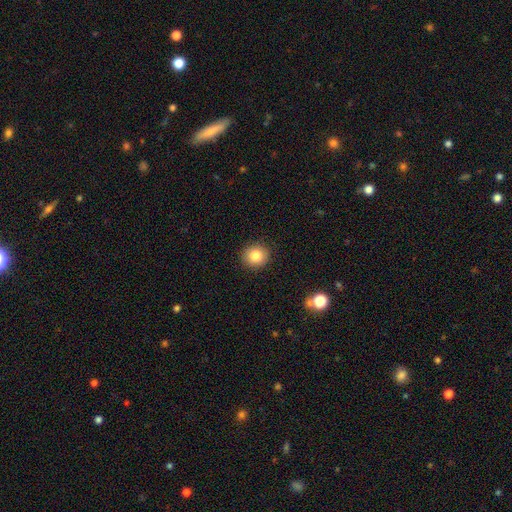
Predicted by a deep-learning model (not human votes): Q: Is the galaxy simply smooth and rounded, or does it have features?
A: smooth — 83%.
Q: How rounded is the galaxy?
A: round — 87%.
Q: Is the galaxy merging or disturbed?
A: none — 90%.